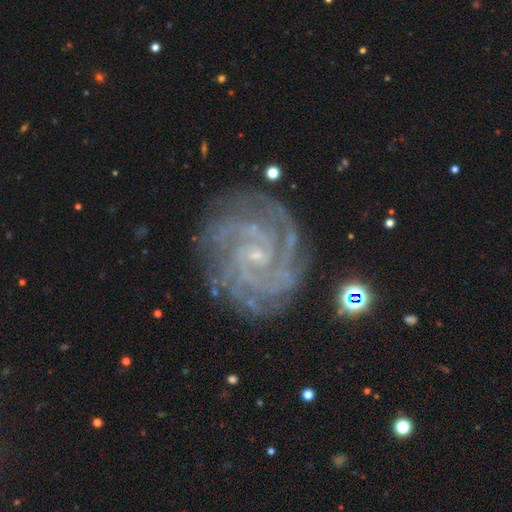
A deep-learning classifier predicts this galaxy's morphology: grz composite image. It shows a featured or disk galaxy (91%) with no bar (59%), 4 (24%) tight (75%) spiral arms (99%) and a small central bulge (84%). Merging: none (80%).